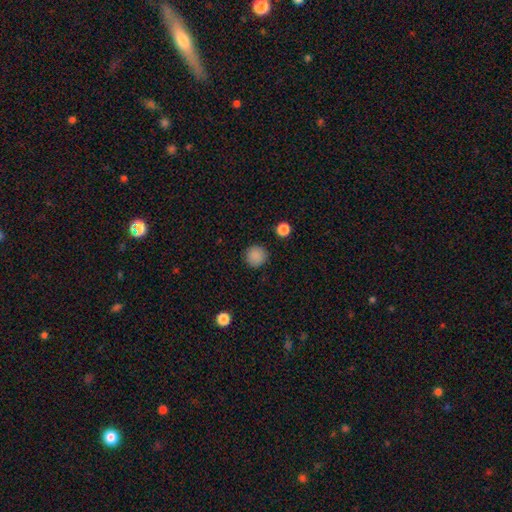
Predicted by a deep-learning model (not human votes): Morphology: type=smooth (87%); roundness=round (95%); merging=none (90%).